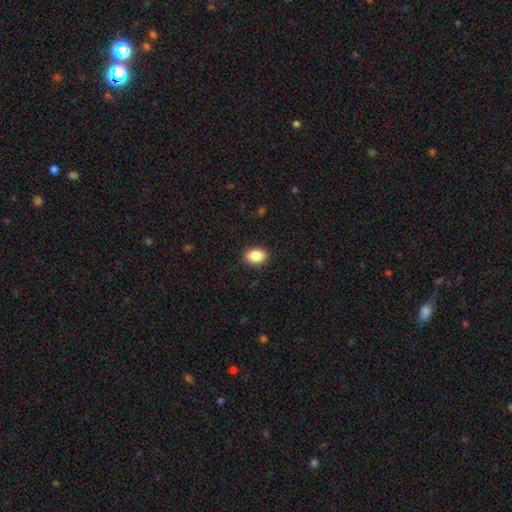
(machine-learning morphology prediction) Smooth or featured? smooth (88%)
How rounded? in between (75%)
Merging? none (87%)